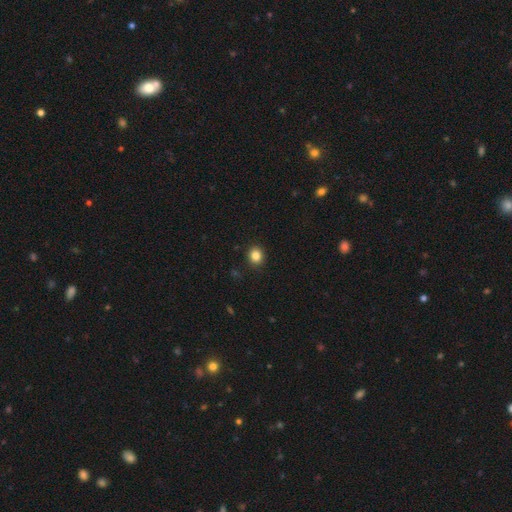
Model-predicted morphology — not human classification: Smooth or featured? smooth (84%)
How rounded? round (72%)
Merging? none (90%)